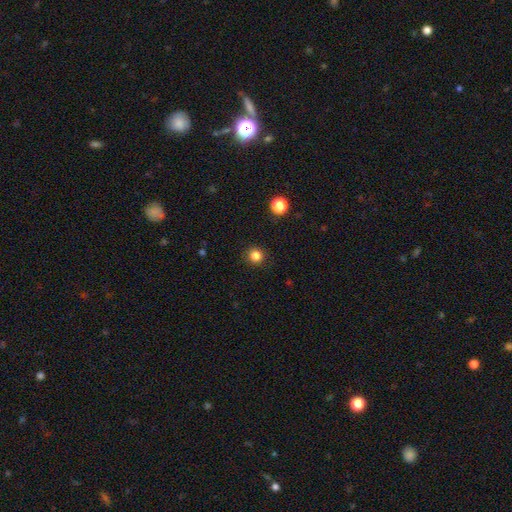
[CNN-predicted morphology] This appears to be a smooth galaxy with no disk features (84%) that is round (93%). Merging: none (91%).